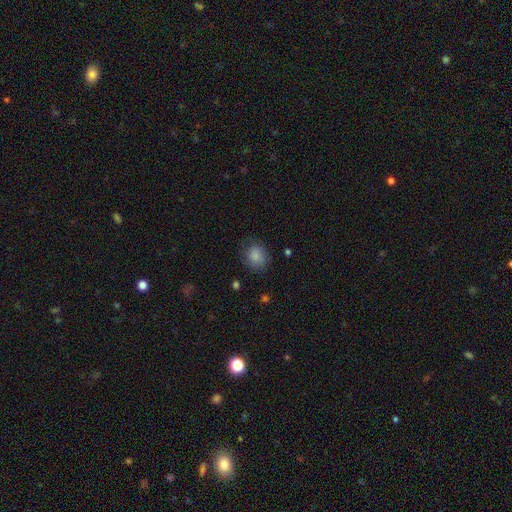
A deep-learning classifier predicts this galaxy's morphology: Smooth or featured?
  - smooth: 86% *
  - star or artifact: 9%
  - featured or disk: 5%
How rounded?
  - round: 65% *
  - in between: 34%
  - cigar-shaped: 1%
Merging?
  - none: 76% *
  - minor disturbance: 17%
  - major disturbance: 5%
  - merger: 1%